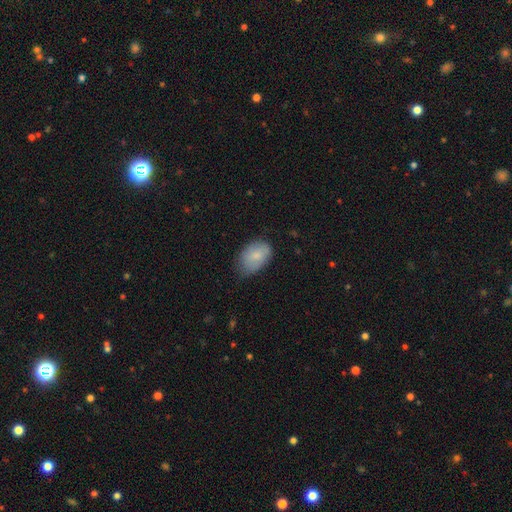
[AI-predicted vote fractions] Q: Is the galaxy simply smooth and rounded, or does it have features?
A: smooth — 82%.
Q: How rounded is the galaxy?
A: in between — 88%.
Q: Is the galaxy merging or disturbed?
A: none — 60%.